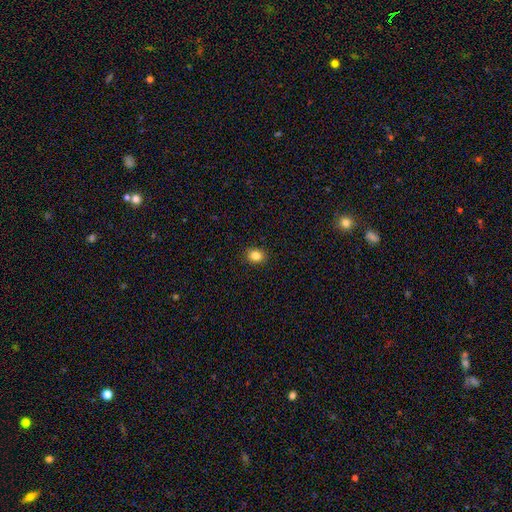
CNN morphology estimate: This is clearly a smooth galaxy (84%). How rounded: possibly round (59%). Merging: clearly none (91%).